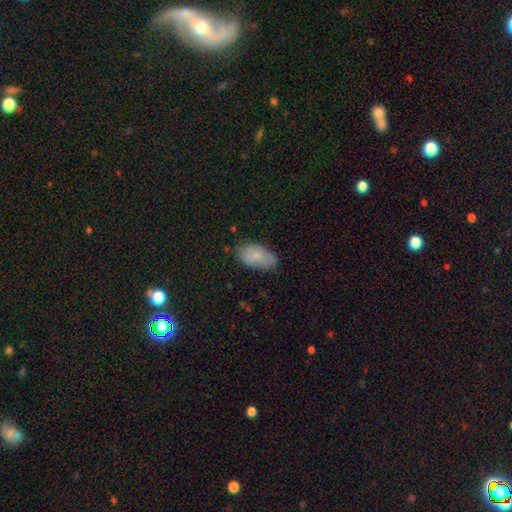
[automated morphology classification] A smooth galaxy with no disk features (80%) that is in between round and cigar-shaped (94%).

Vote fractions:
- Smooth or featured? smooth: 80% / featured or disk: 13% / star or artifact: 7%
- How rounded? in between: 94% / round: 4% / cigar-shaped: 3%
- Merging? none: 71% / minor disturbance: 23% / major disturbance: 4% / merger: 2%